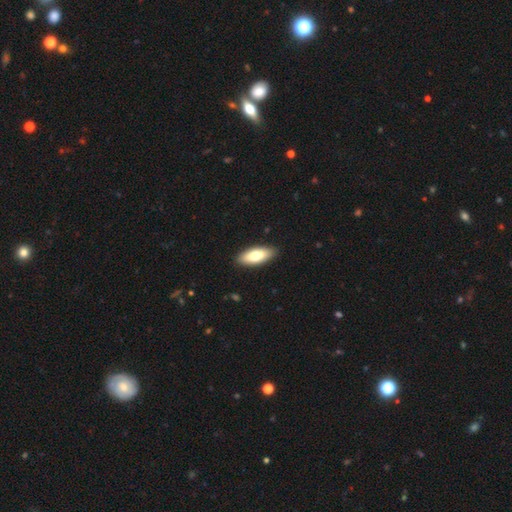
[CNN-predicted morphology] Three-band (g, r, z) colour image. It shows a smooth galaxy with no disk features (75%) that is in between round and cigar-shaped (77%). Merging: none (90%).